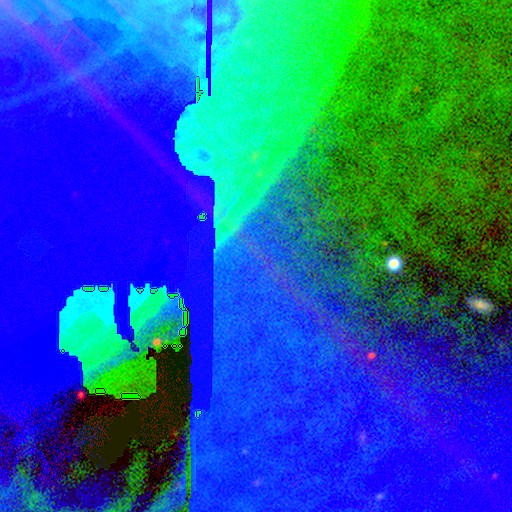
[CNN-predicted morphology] A star or artifact, not a galaxy (88%).

Vote fractions:
- Smooth or featured? star or artifact: 88% / featured or disk: 7% / smooth: 5%